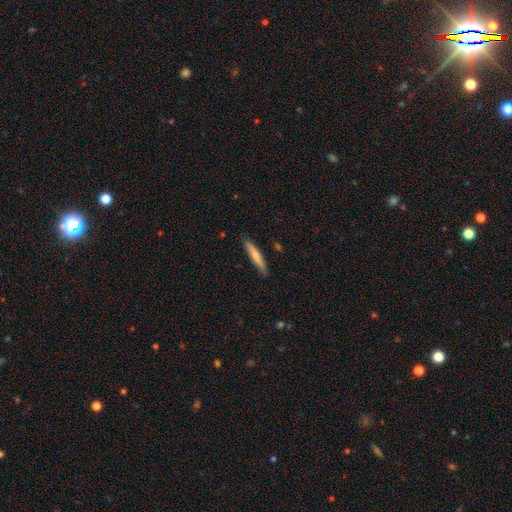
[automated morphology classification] smooth-or-featured: smooth: 69% | featured or disk: 26% | star or artifact: 5%
  how-rounded: cigar-shaped: 92% | in between: 7% | round: 1%
  merging: none: 88% | minor disturbance: 9% | major disturbance: 2% | merger: 1%